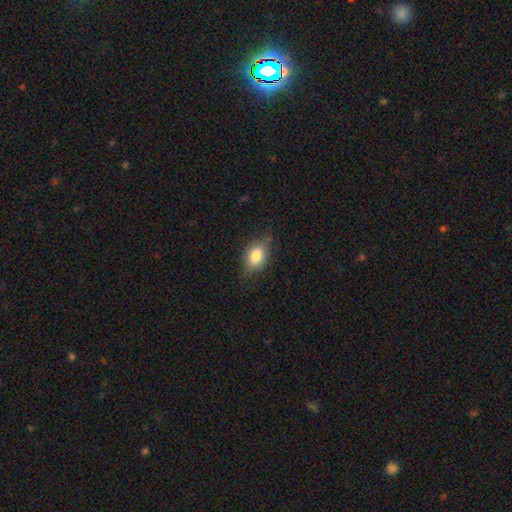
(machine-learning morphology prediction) Q: Smooth or featured?
A: smooth (75%); runner-up: featured or disk (16%)
Q: How rounded?
A: in between (80%); runner-up: round (16%)
Q: Merging?
A: none (66%); runner-up: minor disturbance (26%)